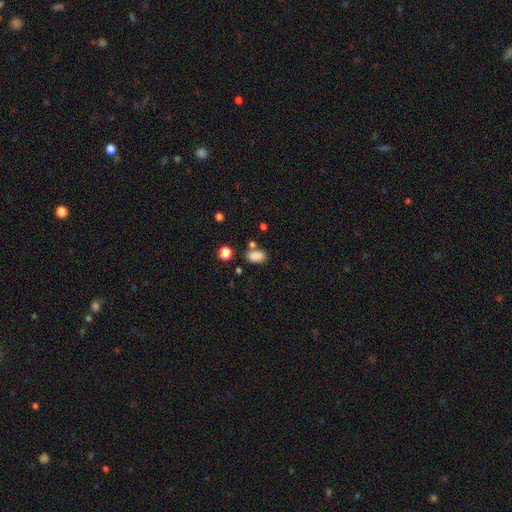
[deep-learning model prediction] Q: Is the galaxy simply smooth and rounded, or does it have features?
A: smooth — 84%.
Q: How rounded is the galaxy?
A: in between — 86%.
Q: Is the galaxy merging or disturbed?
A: none — 63%.